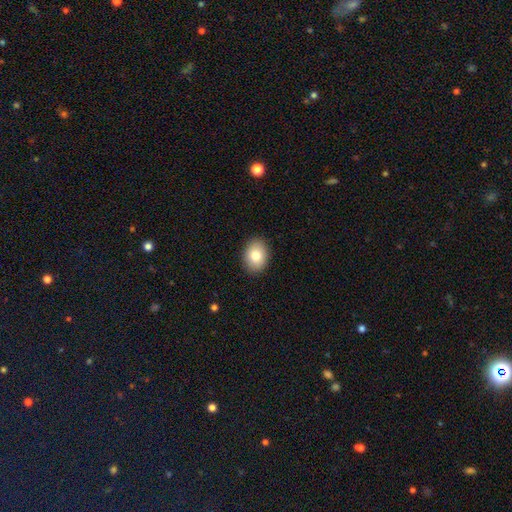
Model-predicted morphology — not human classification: smooth_or_featured: smooth (p=0.83) [alt: featured or disk p=0.09]
how_rounded: in between (p=0.68) [alt: round p=0.32]
merging: none (p=0.90) [alt: minor disturbance p=0.07]